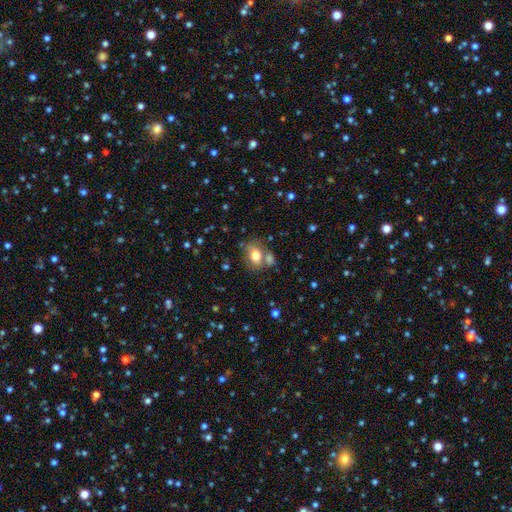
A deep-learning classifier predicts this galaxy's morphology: Smooth or featured?
  - smooth: 74% *
  - featured or disk: 17%
  - star or artifact: 9%
How rounded?
  - in between: 73% *
  - round: 25%
  - cigar-shaped: 1%
Merging?
  - none: 53% *
  - merger: 25%
  - minor disturbance: 16%
  - major disturbance: 6%